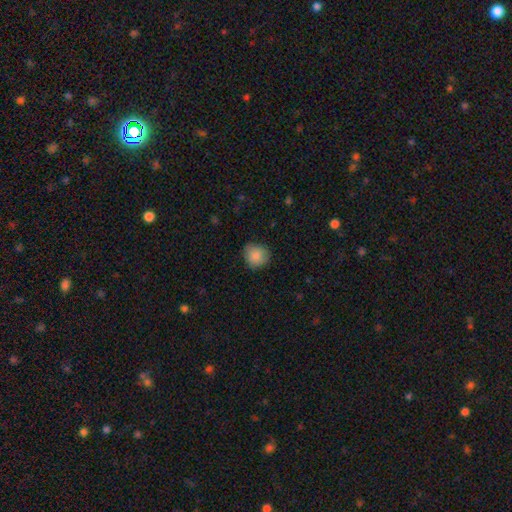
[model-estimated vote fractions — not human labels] Q: Smooth or featured?
A: smooth (88%); runner-up: star or artifact (8%)
Q: How rounded?
A: round (86%); runner-up: in between (13%)
Q: Merging?
A: none (80%); runner-up: minor disturbance (16%)